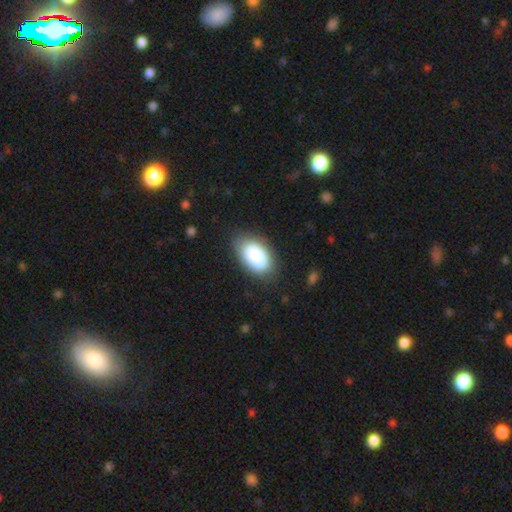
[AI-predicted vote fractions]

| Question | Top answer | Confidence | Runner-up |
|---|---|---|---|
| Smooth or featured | smooth | 86% | featured or disk (7%) |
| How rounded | in between | 93% | round (5%) |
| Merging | none | 78% | minor disturbance (15%) |